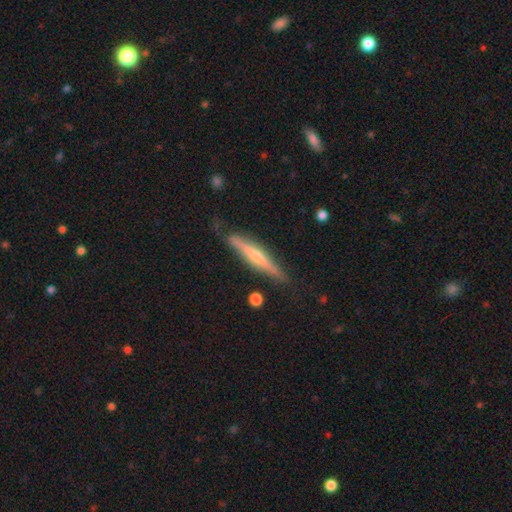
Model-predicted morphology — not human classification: This is likely a featured or disk galaxy (66%). It is clearly viewed edge-on (96%). Edge-on bulge: likely rounded (74%). Merging: clearly none (81%).